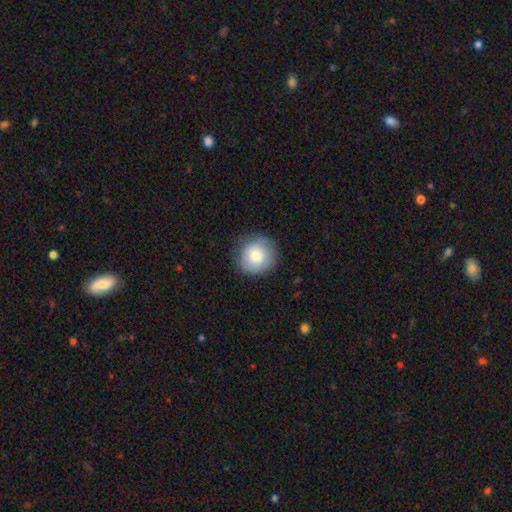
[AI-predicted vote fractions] Q: Smooth or featured?
A: smooth (79%); runner-up: featured or disk (13%)
Q: How rounded?
A: round (92%); runner-up: in between (7%)
Q: Merging?
A: none (83%); runner-up: minor disturbance (12%)